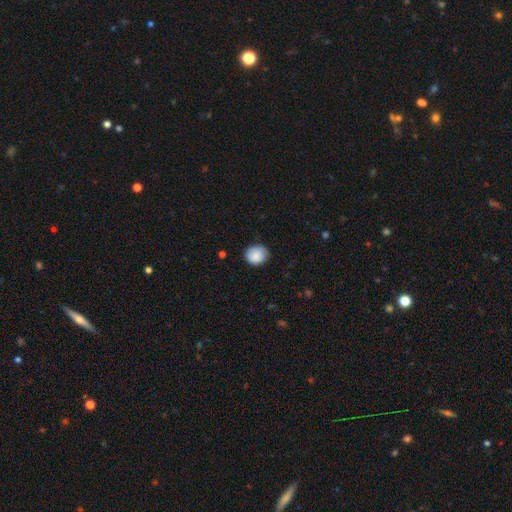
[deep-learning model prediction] Q: Smooth or featured?
A: smooth (85%); runner-up: featured or disk (8%)
Q: How rounded?
A: round (78%); runner-up: in between (21%)
Q: Merging?
A: none (78%); runner-up: minor disturbance (18%)